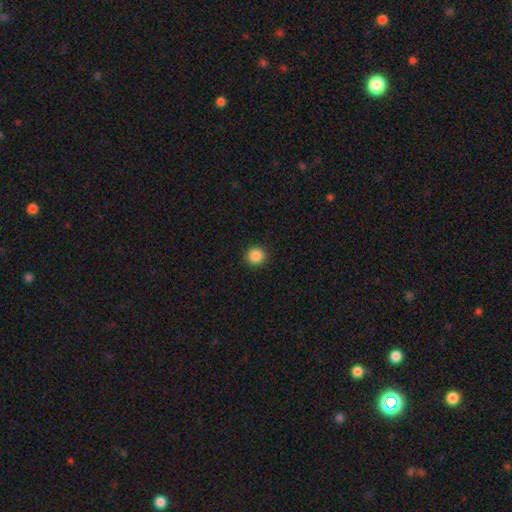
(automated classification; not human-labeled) This is clearly a smooth galaxy (87%). How rounded: clearly round (95%). Merging: clearly none (92%).